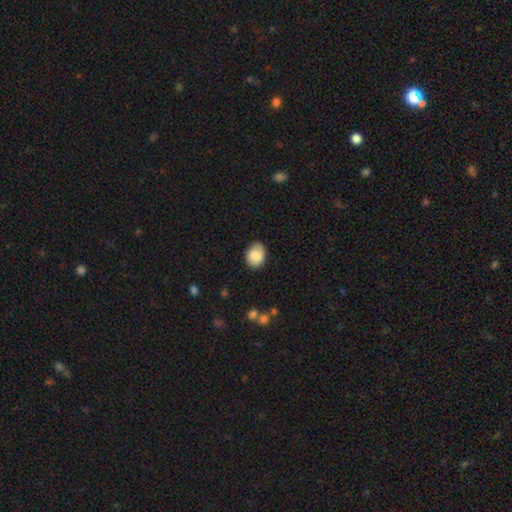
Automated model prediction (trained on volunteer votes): A smooth galaxy with no disk features (84%) that is in between round and cigar-shaped (55%).

Vote fractions:
- Smooth or featured? smooth: 84% / featured or disk: 8% / star or artifact: 7%
- How rounded? in between: 55% / round: 44% / cigar-shaped: 1%
- Merging? none: 78% / minor disturbance: 18% / major disturbance: 3% / merger: 1%